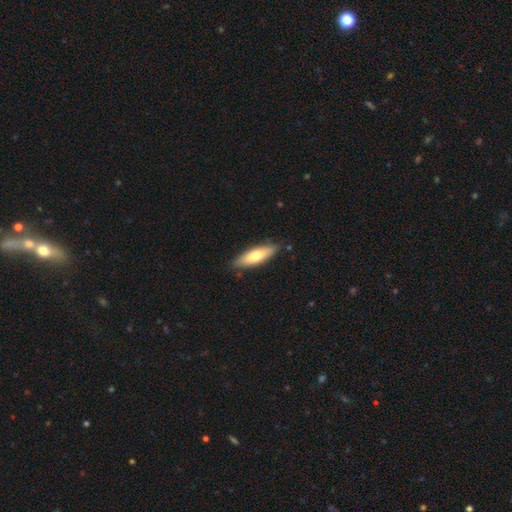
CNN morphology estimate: This is likely a smooth galaxy (67%). How rounded: possibly in between (51%). Merging: clearly none (84%).